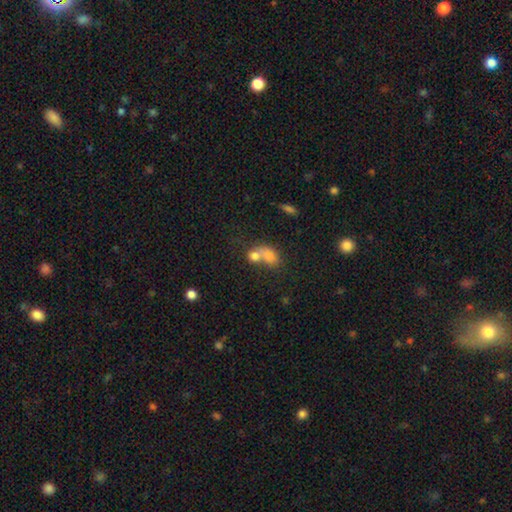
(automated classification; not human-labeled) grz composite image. It shows a smooth galaxy with no disk features (74%) that is in between round and cigar-shaped (50%). Merging: merger (67%).